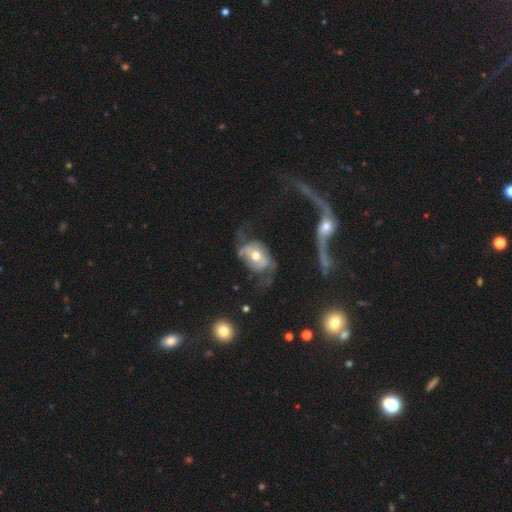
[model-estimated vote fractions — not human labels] smooth_or_featured: featured or disk (p=0.61) [alt: smooth p=0.32]
disk_edge_on: no (p=0.94) [alt: yes p=0.06]
bar: no (p=0.63) [alt: weak p=0.25]
has_spiral_arms: yes (p=0.59) [alt: no p=0.41]
bulge_size: moderate (p=0.74) [alt: small p=0.12]
merging: major disturbance (p=0.38) [alt: none p=0.33]